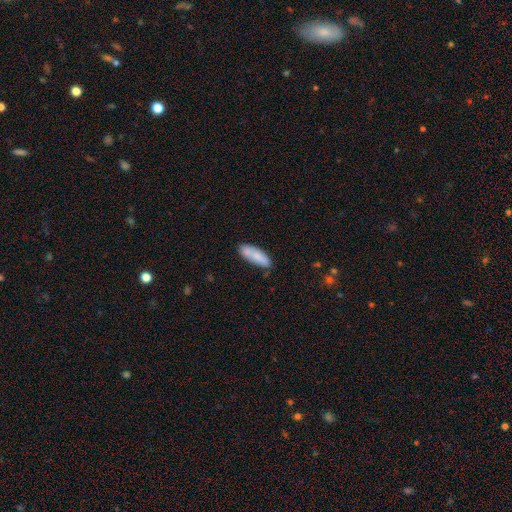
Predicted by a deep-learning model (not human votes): Smooth or featured? Predicted: smooth (p=0.79). How rounded? Predicted: in between (p=0.60). Merging? Predicted: none (p=0.69).